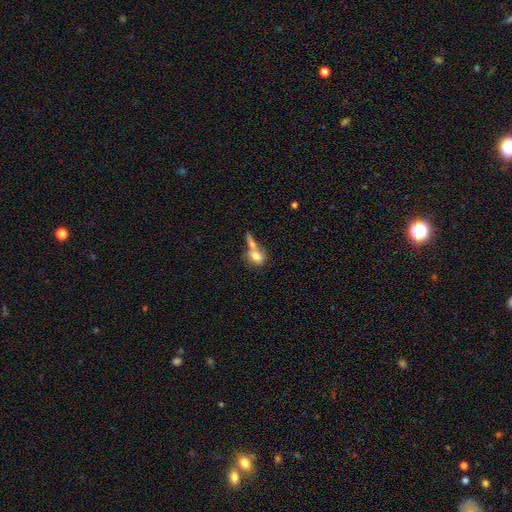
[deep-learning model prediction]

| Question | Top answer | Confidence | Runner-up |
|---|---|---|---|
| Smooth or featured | smooth | 73% | featured or disk (19%) |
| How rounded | in between | 59% | round (35%) |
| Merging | merger | 57% | none (25%) |